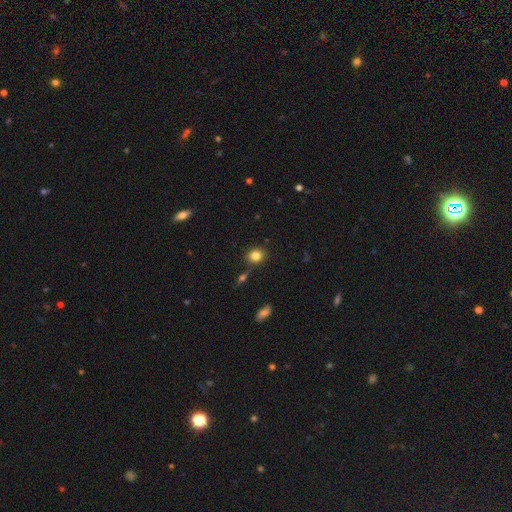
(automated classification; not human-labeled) Smooth or featured? Predicted: smooth (p=0.82). How rounded? Predicted: round (p=0.71). Merging? Predicted: none (p=0.82).